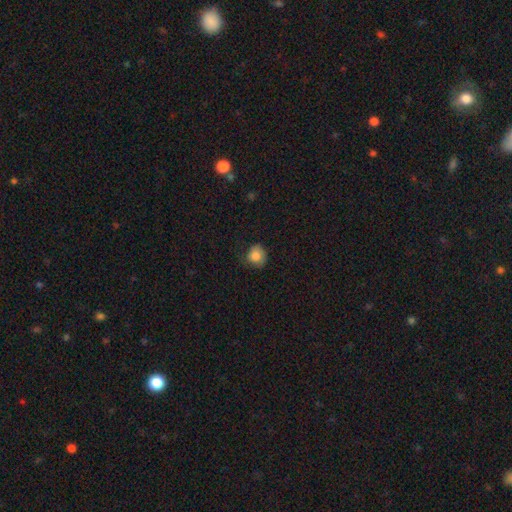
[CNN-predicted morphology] smooth_or_featured: smooth (p=0.83) [alt: star or artifact p=0.09]
how_rounded: round (p=0.77) [alt: in between p=0.22]
merging: none (p=0.64) [alt: minor disturbance p=0.27]